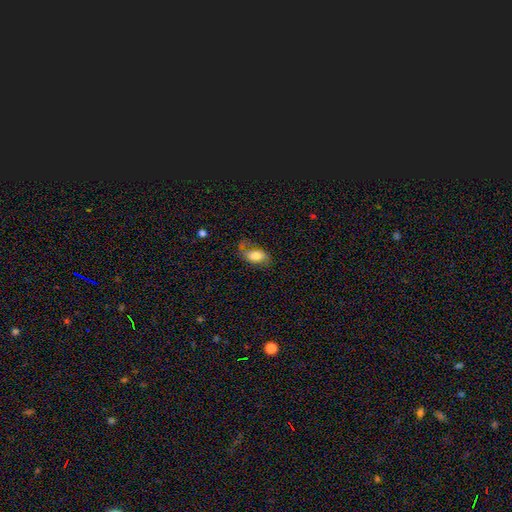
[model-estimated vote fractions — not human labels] Smooth or featured: smooth — 55% (featured or disk — 37%)
How rounded: in between — 87% (round — 11%)
Merging: none — 47% (major disturbance — 25%)